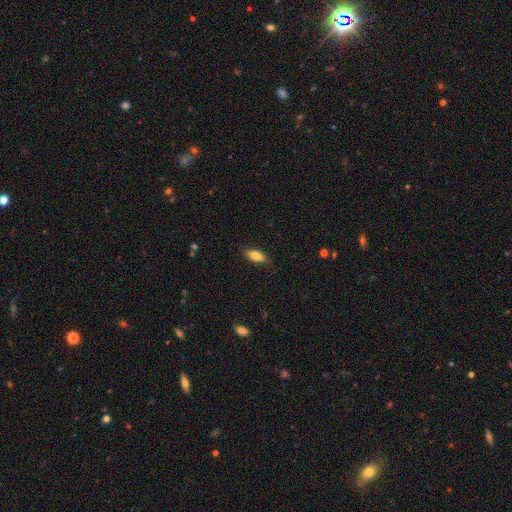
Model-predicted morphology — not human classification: smooth-or-featured: smooth: 78% | featured or disk: 15% | star or artifact: 7%
  how-rounded: in between: 79% | cigar-shaped: 18% | round: 3%
  merging: none: 81% | minor disturbance: 15% | major disturbance: 3% | merger: 1%